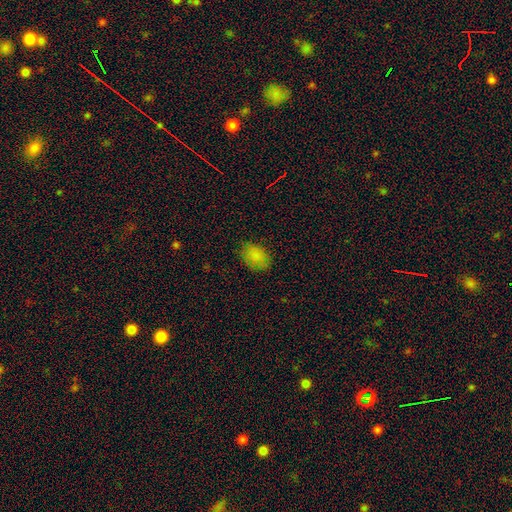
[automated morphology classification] This is clearly a smooth galaxy (85%). How rounded: clearly in between (82%). Merging: clearly none (82%).